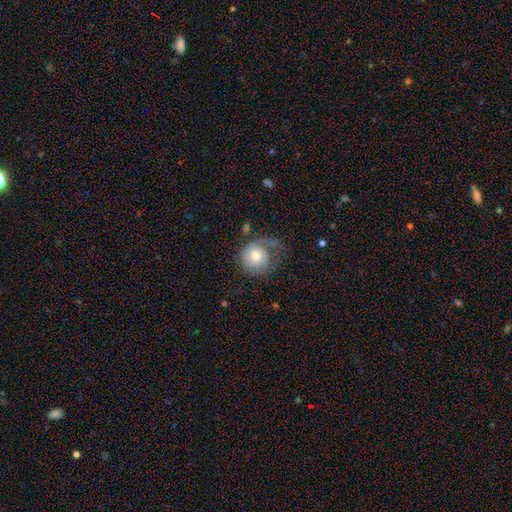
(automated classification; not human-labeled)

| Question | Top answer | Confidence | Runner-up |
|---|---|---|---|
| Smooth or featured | smooth | 55% | featured or disk (37%) |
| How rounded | round | 87% | in between (12%) |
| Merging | none | 44% | major disturbance (30%) |